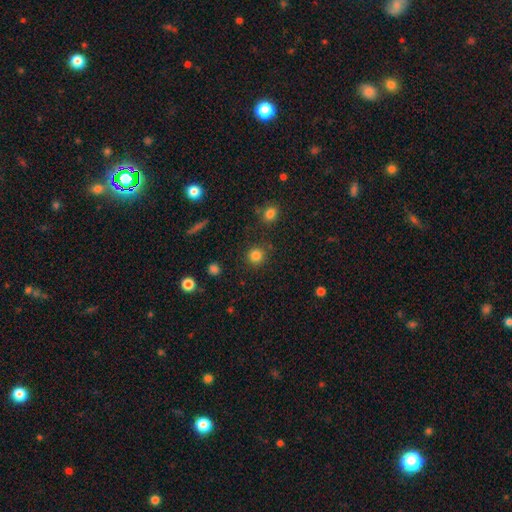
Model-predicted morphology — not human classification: Q: Smooth or featured?
A: smooth (82%); runner-up: star or artifact (13%)
Q: How rounded?
A: round (93%); runner-up: in between (6%)
Q: Merging?
A: none (86%); runner-up: minor disturbance (7%)